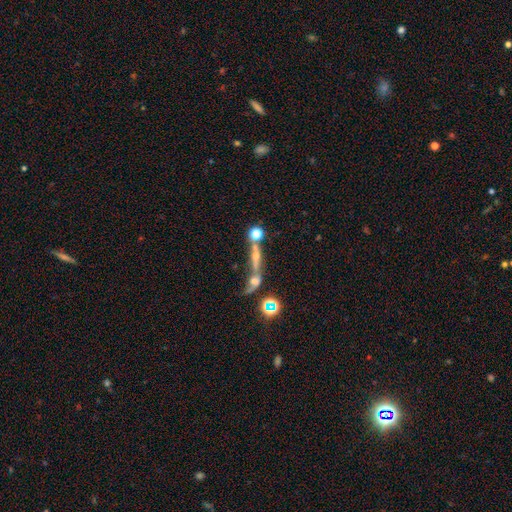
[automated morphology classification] The model was most divided on "merging": merger: 42%, none: 38%, minor disturbance: 11%, major disturbance: 10%. Remaining: smooth or featured — featured or disk (46%).